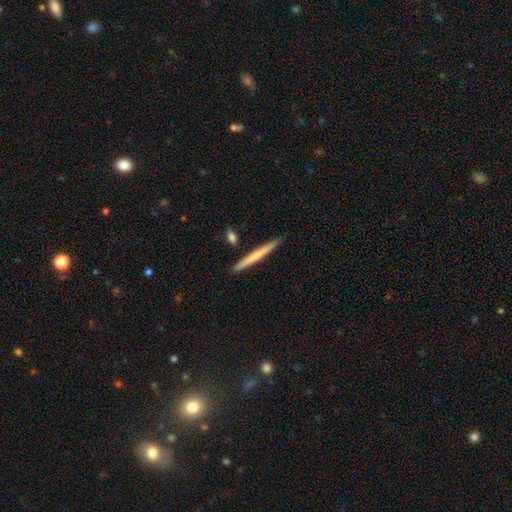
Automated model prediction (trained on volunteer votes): Smooth or featured? Predicted: smooth (p=0.61). How rounded? Predicted: cigar-shaped (p=0.97). Merging? Predicted: none (p=0.89).